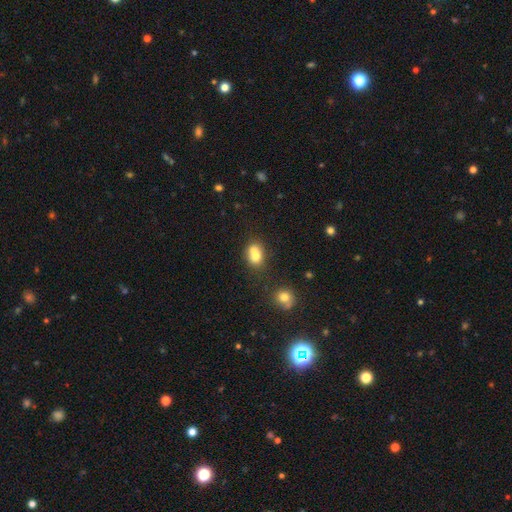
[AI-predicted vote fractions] This appears to be a smooth galaxy with no disk features (71%) that is in between round and cigar-shaped (53%). Merging: merger (54%).